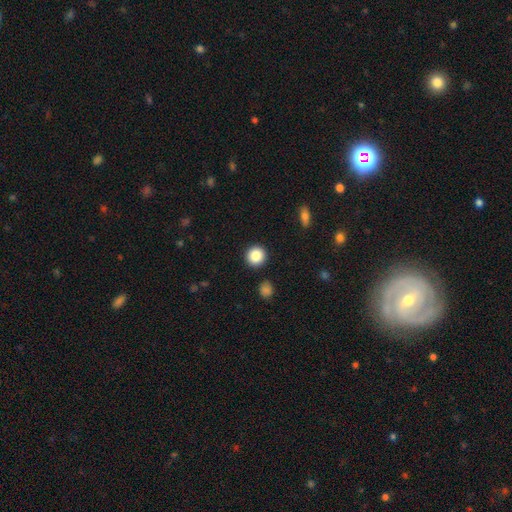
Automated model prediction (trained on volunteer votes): A smooth galaxy with no disk features (87%) that is round (93%). Merging: none (91%).